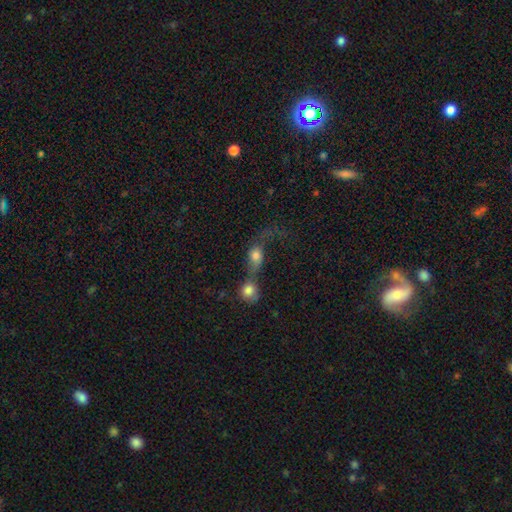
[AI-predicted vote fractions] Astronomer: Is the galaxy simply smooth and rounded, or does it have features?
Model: smooth — 66%.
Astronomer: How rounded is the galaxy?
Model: round — 51% (runner-up: in between, 45%).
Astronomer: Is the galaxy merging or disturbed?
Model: merger — 63%.